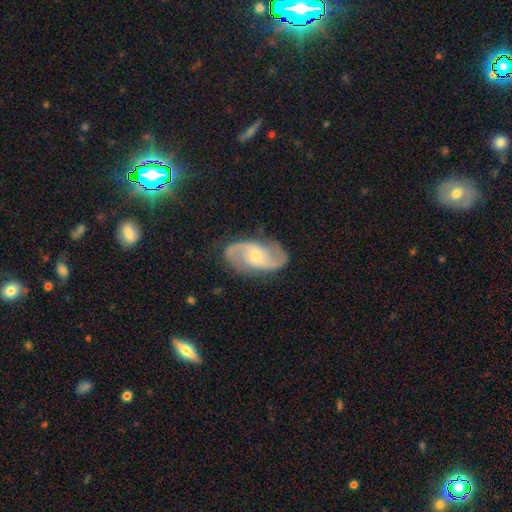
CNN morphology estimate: A featured or disk galaxy (87%) with no bar (59%), 2 (93%) medium (53%) spiral arms (97%) and a small central bulge (61%).

Vote fractions:
- Smooth or featured? featured or disk: 87% / smooth: 8% / star or artifact: 5%
- Edge-on disk? no: 97% / yes: 3%
- Bar? no: 59% / weak: 33% / strong: 8%
- Spiral arms? yes: 97% / no: 3%
- Spiral winding? medium: 53% / loose: 29% / tight: 18%
- Spiral arm count? 2: 93% / can't tell: 3% / 3: 1% / 1: 1% / 4: 1% / more than 4: 1%
- Bulge size? small: 61% / moderate: 34% / large: 2% / none: 2% / dominant: 1%
- Merging? none: 82% / minor disturbance: 12% / major disturbance: 4% / merger: 1%